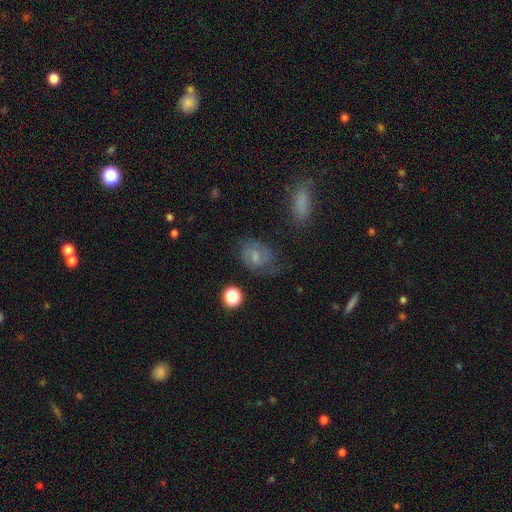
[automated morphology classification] Smooth or featured? featured or disk (54%)
Edge-on disk? no (97%)
Bar? weak (50%)
Spiral arms? yes (83%)
Bulge size? small (48%)
Merging? none (59%)